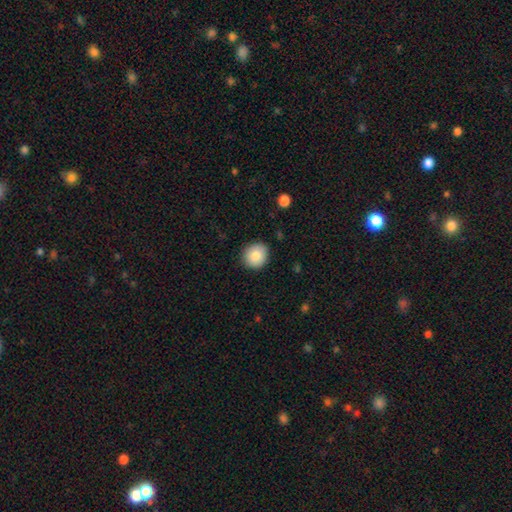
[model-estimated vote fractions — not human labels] A smooth galaxy with no disk features (84%) that is round (83%). Merging: none (88%).